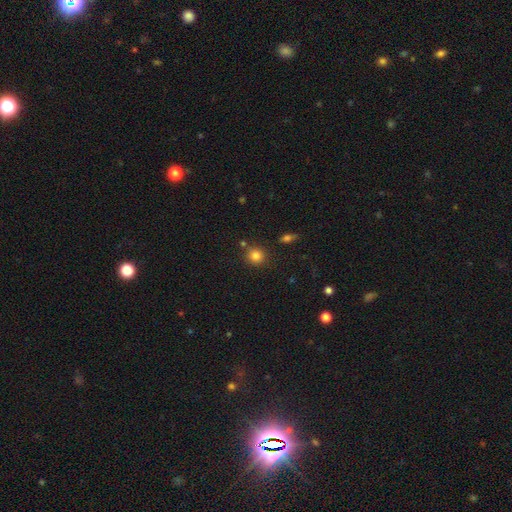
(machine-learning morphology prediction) Smooth or featured? Predicted: smooth (p=0.82). How rounded? Predicted: round (p=0.88). Merging? Predicted: none (p=0.81).